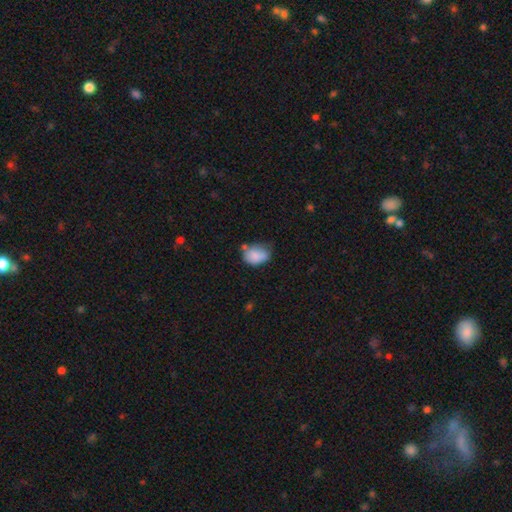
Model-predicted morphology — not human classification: Smooth or featured? smooth (83%)
How rounded? in between (72%)
Merging? none (46%)